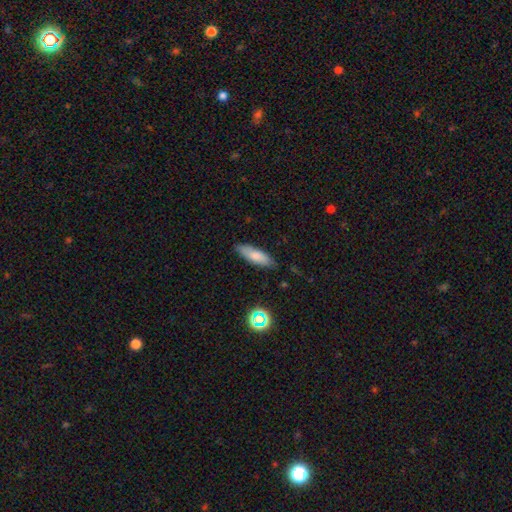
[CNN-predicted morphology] This is likely a smooth galaxy (79%). How rounded: possibly in between (51%). Merging: clearly none (82%).